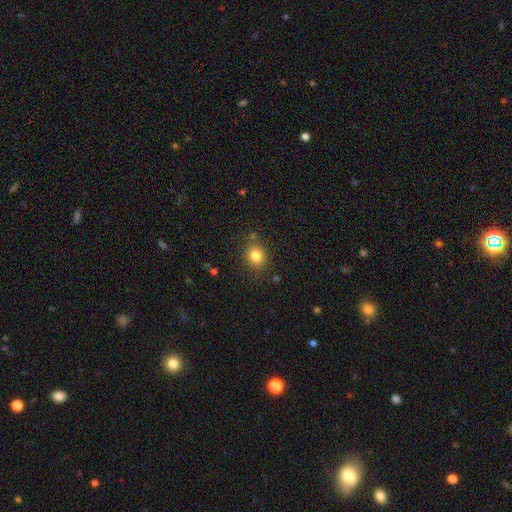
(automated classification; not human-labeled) smooth 82%, star or artifact 11%, featured or disk 7%. Down the decision tree: how rounded — round (74%); merging — none (82%).